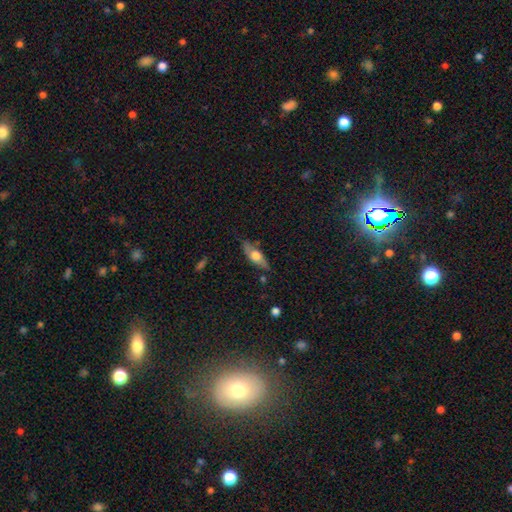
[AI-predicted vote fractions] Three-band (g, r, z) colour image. It shows a smooth galaxy with no disk features (48%). Merging: none (75%).